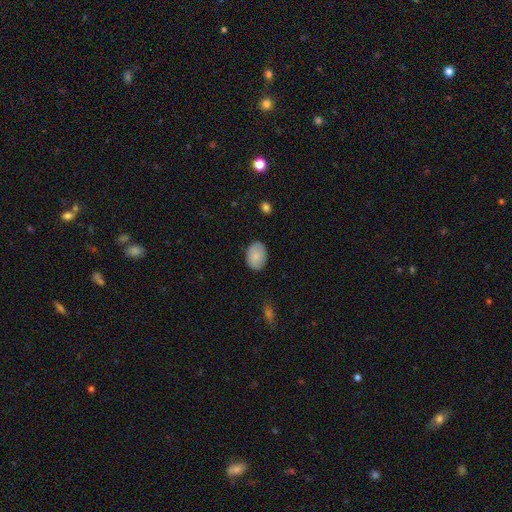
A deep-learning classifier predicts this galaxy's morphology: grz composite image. It shows a smooth galaxy with no disk features (84%) that is in between round and cigar-shaped (79%). Merging: none (84%).